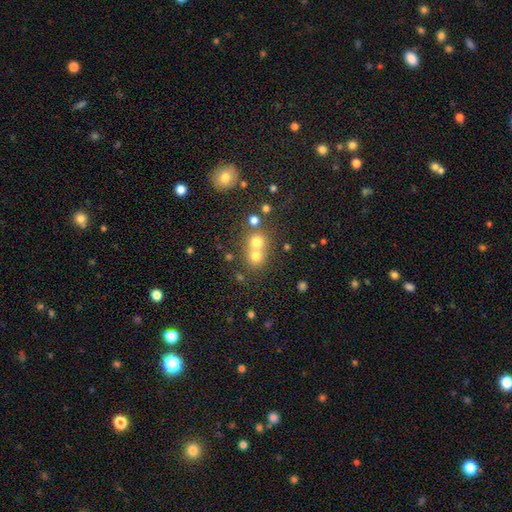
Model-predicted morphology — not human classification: This is likely a smooth galaxy (70%). How rounded: clearly round (83%). Merging: possibly merger (53%).